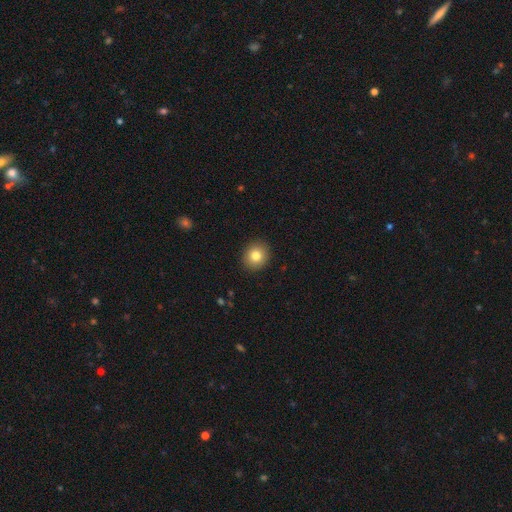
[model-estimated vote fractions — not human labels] smooth-or-featured: smooth: 80% | star or artifact: 10% | featured or disk: 10%
  how-rounded: round: 85% | in between: 14% | cigar-shaped: 1%
  merging: none: 92% | minor disturbance: 6% | major disturbance: 2% | merger: 1%